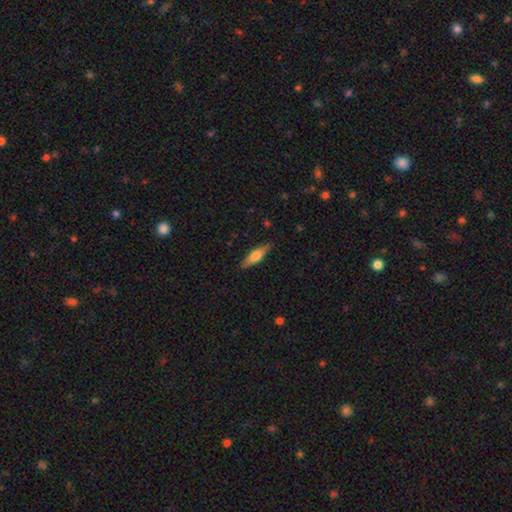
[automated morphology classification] Smooth or featured? Predicted: smooth (p=0.55). How rounded? Predicted: cigar-shaped (p=0.59). Merging? Predicted: none (p=0.87).